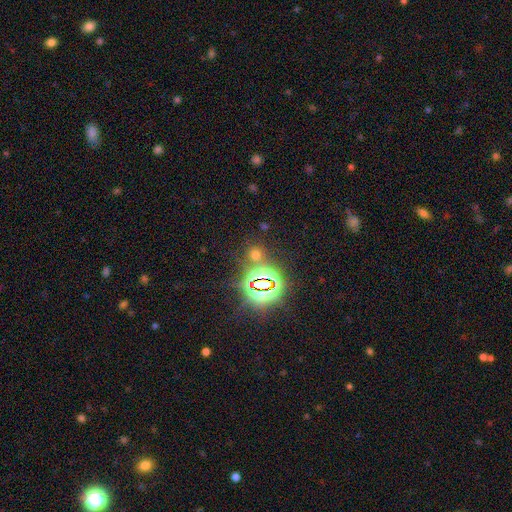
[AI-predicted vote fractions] star or artifact 63%, smooth 30%, featured or disk 7%.